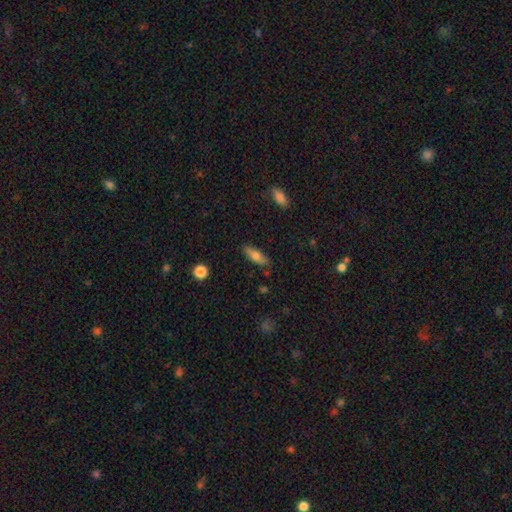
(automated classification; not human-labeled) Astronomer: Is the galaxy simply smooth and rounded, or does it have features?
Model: smooth — 73%.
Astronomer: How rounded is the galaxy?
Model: in between — 67%.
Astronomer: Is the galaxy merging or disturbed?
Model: none — 83%.